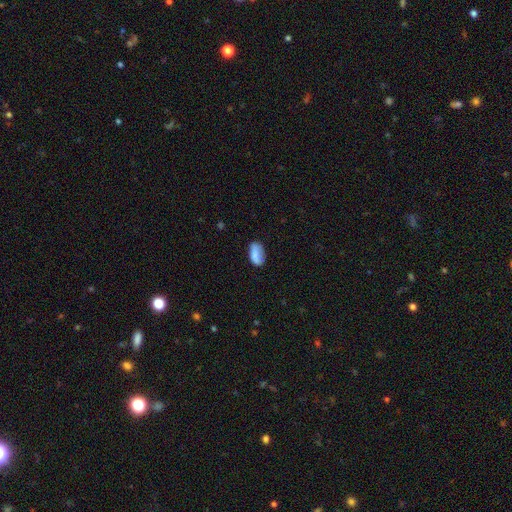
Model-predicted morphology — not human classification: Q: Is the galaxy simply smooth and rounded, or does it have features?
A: smooth — 82%.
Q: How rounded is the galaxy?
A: in between — 92%.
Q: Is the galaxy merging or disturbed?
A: none — 65%.